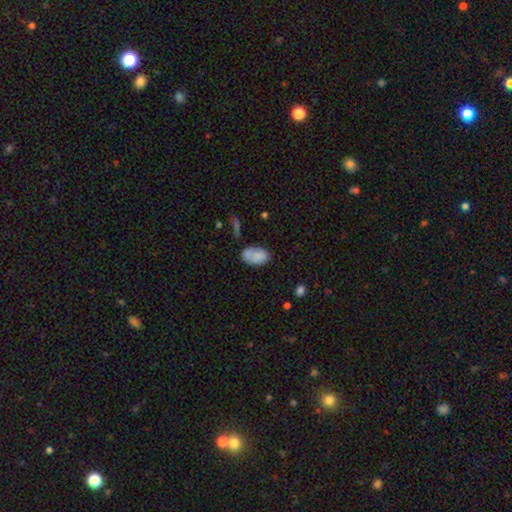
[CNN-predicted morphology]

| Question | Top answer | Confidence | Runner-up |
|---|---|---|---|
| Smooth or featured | smooth | 81% | featured or disk (12%) |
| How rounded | in between | 92% | round (6%) |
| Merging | none | 58% | minor disturbance (22%) |